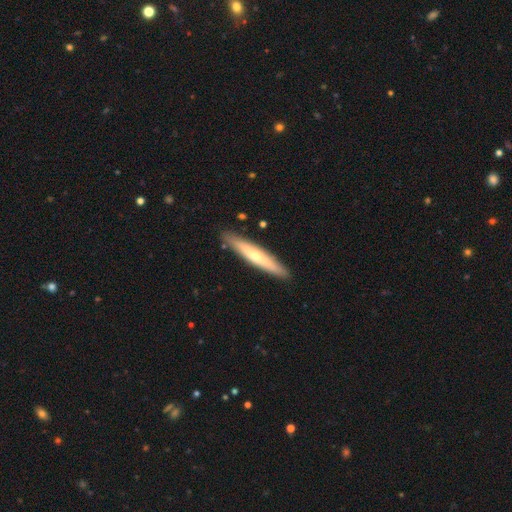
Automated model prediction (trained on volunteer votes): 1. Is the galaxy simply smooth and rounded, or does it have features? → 48% smooth, 47% featured or disk, 5% star or artifact.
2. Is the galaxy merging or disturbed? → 89% none, 8% minor disturbance, 1% major disturbance, 1% merger.